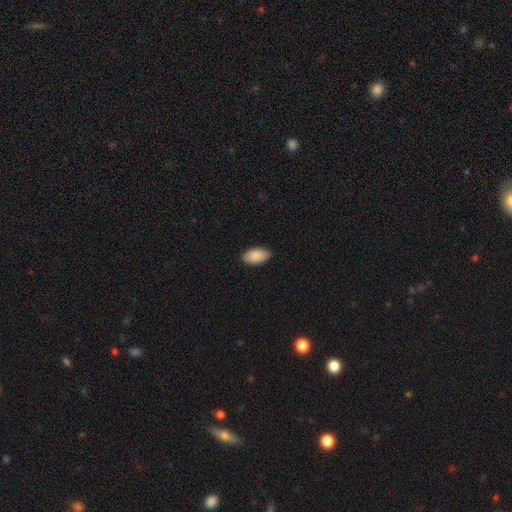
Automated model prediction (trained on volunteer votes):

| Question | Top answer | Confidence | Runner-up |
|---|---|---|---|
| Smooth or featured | smooth | 90% | star or artifact (6%) |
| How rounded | in between | 95% | round (3%) |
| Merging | none | 86% | minor disturbance (11%) |